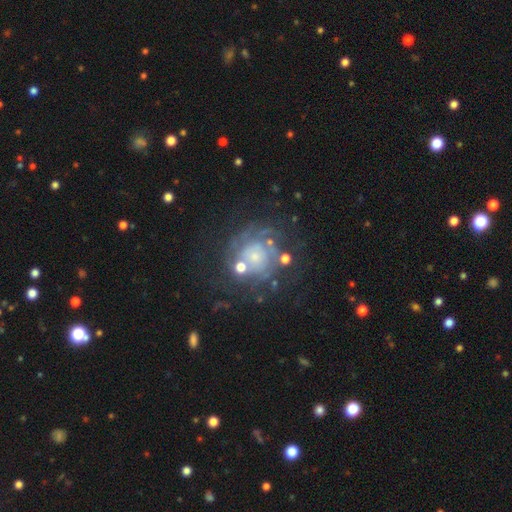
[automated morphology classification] This is likely a featured or disk galaxy (69%). It is clearly not viewed edge-on (98%). Bar: clearly no (84%). Spiral arm pattern: likely yes (74%). Spiral arm count: possibly can't tell (51%). Spiral winding: likely tight (62%). Central bulge: possibly small (56%). Merging: likely none (61%).